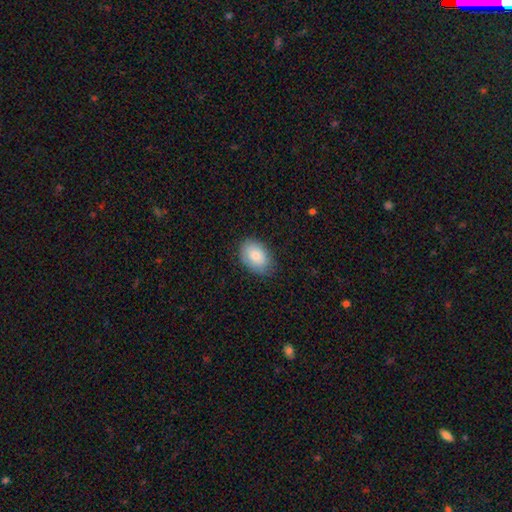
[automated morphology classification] Smooth or featured? Predicted: smooth (p=0.82). How rounded? Predicted: in between (p=0.87). Merging? Predicted: none (p=0.79).